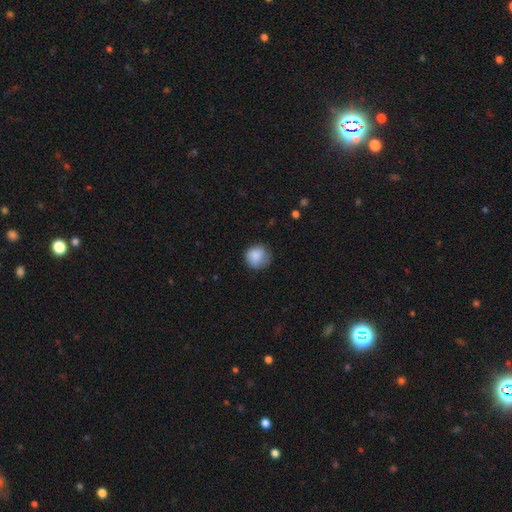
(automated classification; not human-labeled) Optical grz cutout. It shows a smooth galaxy with no disk features (85%) that is round (88%). Merging: none (70%).